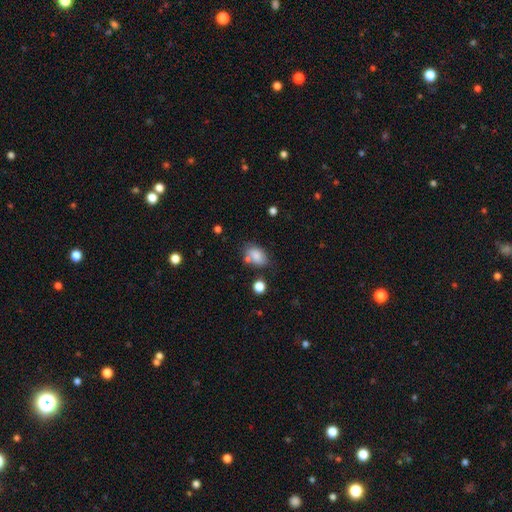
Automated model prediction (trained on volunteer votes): Smooth or featured? Predicted: smooth (p=0.82). How rounded? Predicted: in between (p=0.84). Merging? Predicted: none (p=0.59).